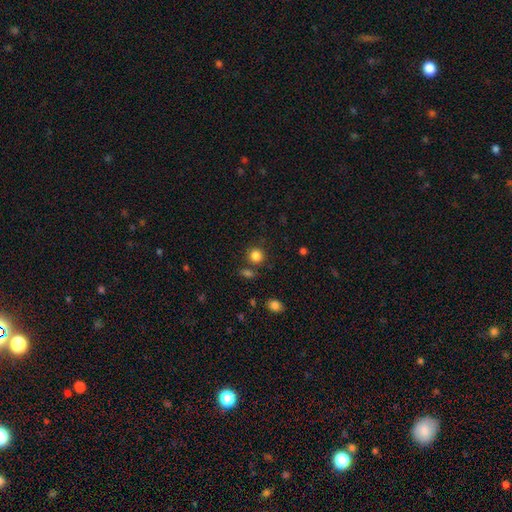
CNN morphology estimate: The model was most divided on "merging": none: 79%, minor disturbance: 9%, merger: 8%, major disturbance: 4%. More confident: how rounded — round (88%); smooth or featured — smooth (84%).